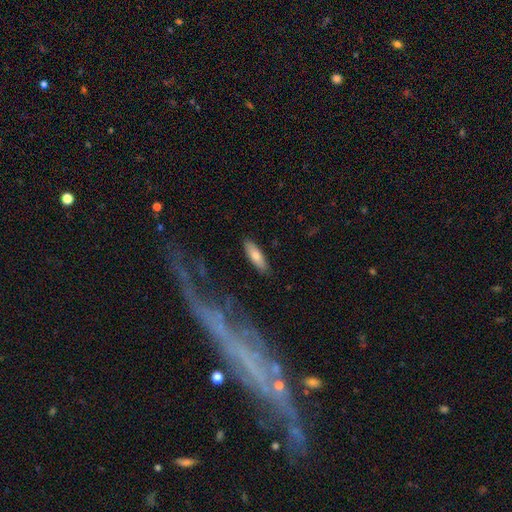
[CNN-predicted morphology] Overall: smooth (75%). How rounded: in between (50%; cigar-shaped 48%). Merging: none (87%).